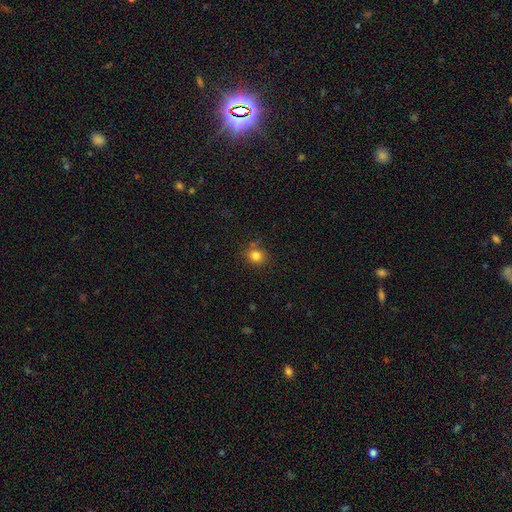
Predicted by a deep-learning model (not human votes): Q: Smooth or featured?
A: smooth (81%); runner-up: star or artifact (13%)
Q: How rounded?
A: round (74%); runner-up: in between (25%)
Q: Merging?
A: none (78%); runner-up: minor disturbance (13%)